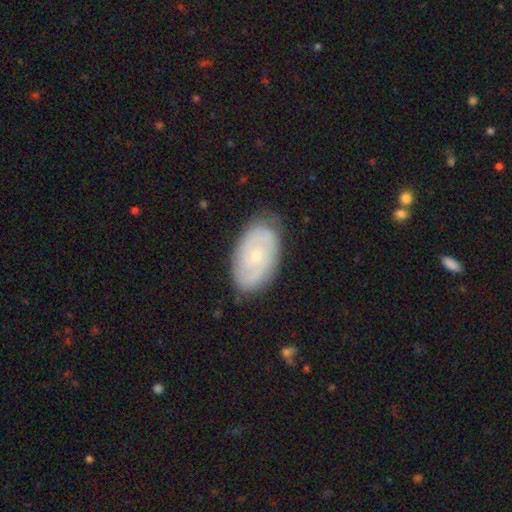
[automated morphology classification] featured or disk 71%, smooth 23%, star or artifact 6%. Down the decision tree: edge-on disk — no (96%); bar — no (66%); spiral arms — yes (87%); spiral arm count — 2 (59%); spiral winding — tight (56%); bulge size — small (72%); merging — none (81%).